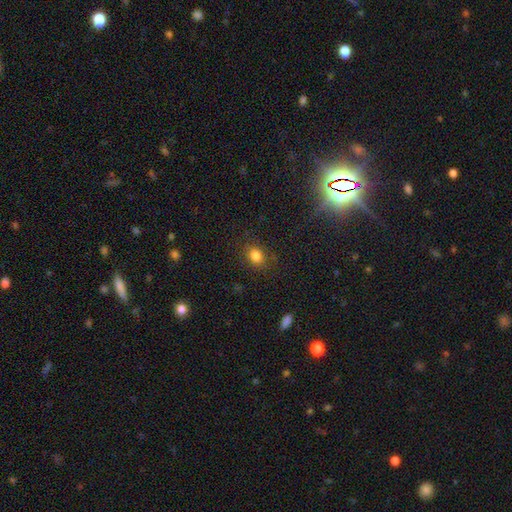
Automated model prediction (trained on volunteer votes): Smooth or featured? Predicted: smooth (p=0.82). How rounded? Predicted: round (p=0.55). Merging? Predicted: none (p=0.83).